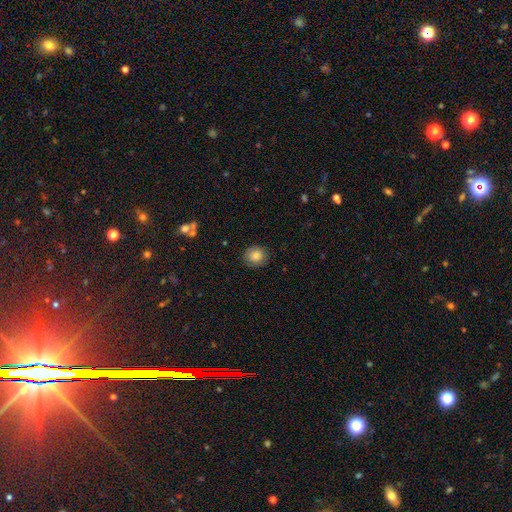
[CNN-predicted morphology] Smooth or featured?
  - smooth: 83% *
  - star or artifact: 9%
  - featured or disk: 8%
How rounded?
  - round: 79% *
  - in between: 20%
  - cigar-shaped: 1%
Merging?
  - none: 85% *
  - minor disturbance: 11%
  - major disturbance: 3%
  - merger: 1%